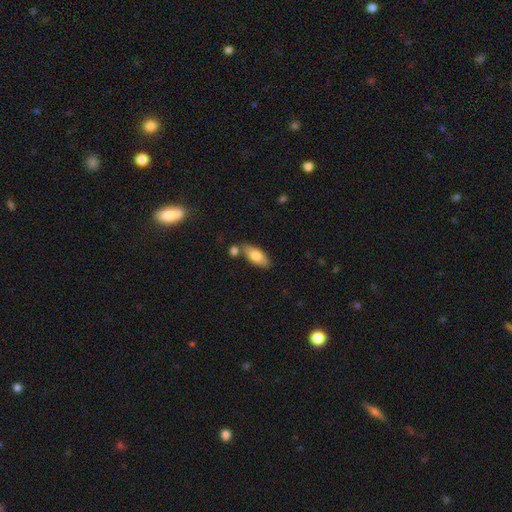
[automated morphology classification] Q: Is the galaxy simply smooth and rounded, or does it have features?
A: smooth — 77%.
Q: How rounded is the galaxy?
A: in between — 82%.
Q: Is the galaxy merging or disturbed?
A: none — 71%.